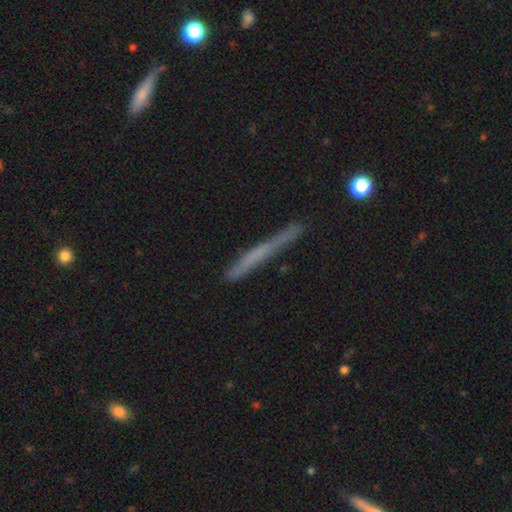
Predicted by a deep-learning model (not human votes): Smooth or featured? Predicted: smooth (p=0.49). Merging? Predicted: none (p=0.81).